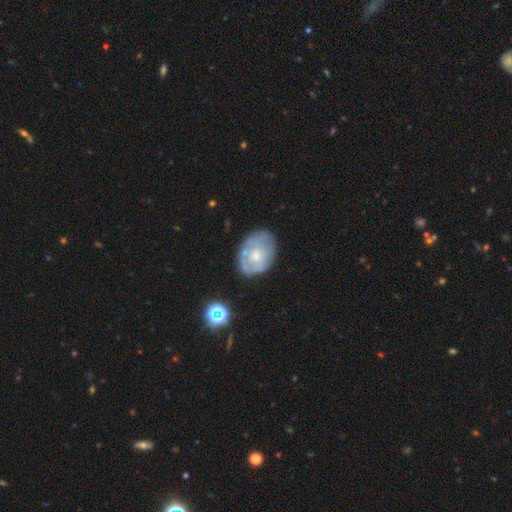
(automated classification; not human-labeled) Smooth or featured: smooth — 47% (featured or disk — 46%)
Merging: none — 67% (minor disturbance — 22%)